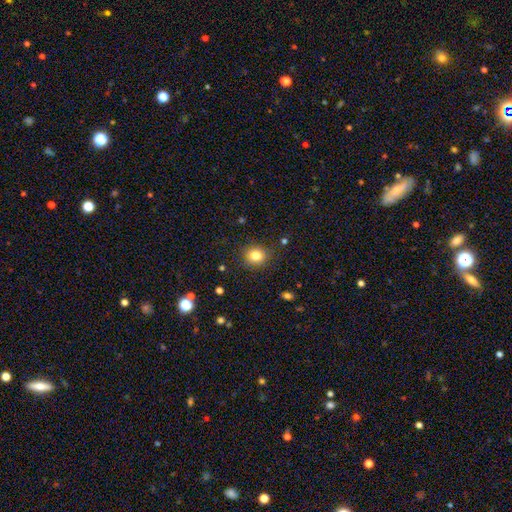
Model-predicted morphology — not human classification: smooth 82%, star or artifact 12%, featured or disk 6%. Down the decision tree: how rounded — round (81%); merging — none (87%).